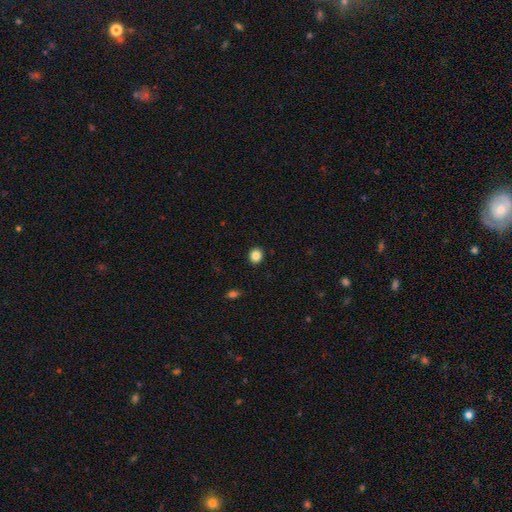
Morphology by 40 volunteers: Smooth or featured? 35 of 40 (88%) said smooth. How rounded? 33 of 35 (94%) said round. Merging? 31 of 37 (84%) said none.